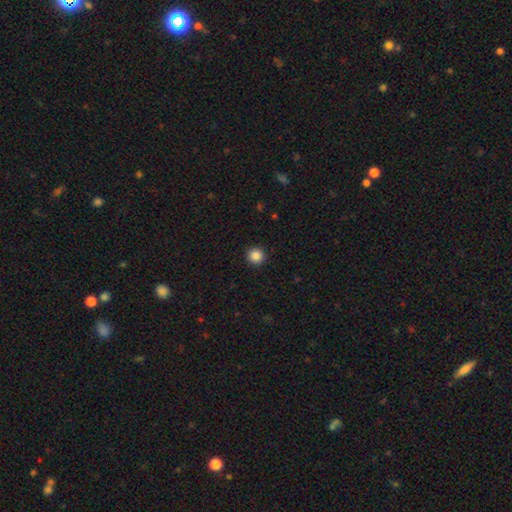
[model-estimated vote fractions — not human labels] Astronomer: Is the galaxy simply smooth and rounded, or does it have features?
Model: smooth — 87%.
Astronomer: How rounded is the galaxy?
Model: round — 94%.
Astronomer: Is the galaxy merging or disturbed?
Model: none — 93%.